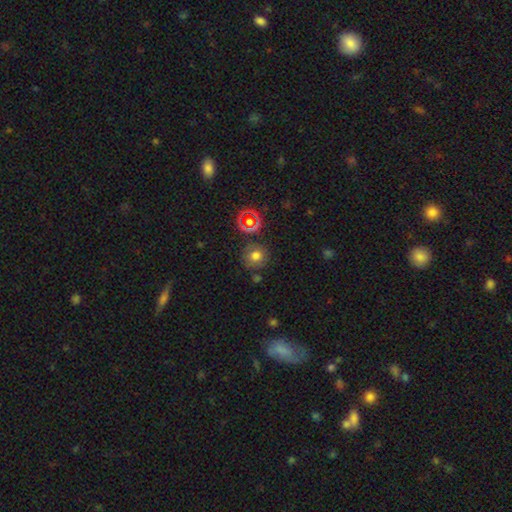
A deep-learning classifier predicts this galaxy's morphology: Smooth or featured: smooth — 72% (star or artifact — 18%)
How rounded: round — 90% (in between — 9%)
Merging: none — 80% (minor disturbance — 11%)